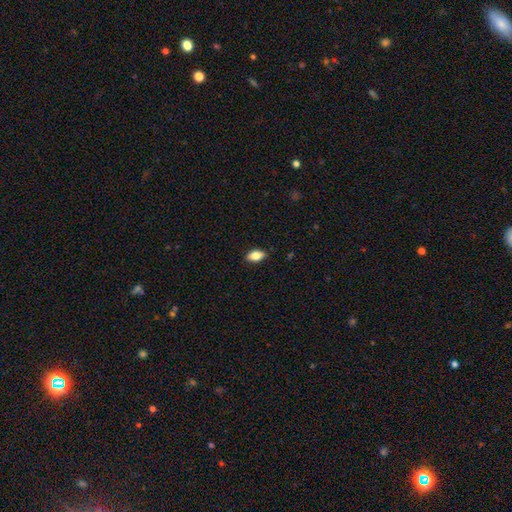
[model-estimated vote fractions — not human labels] smooth 82%, featured or disk 11%, star or artifact 8%. Down the decision tree: how rounded — in between (90%); merging — none (88%).